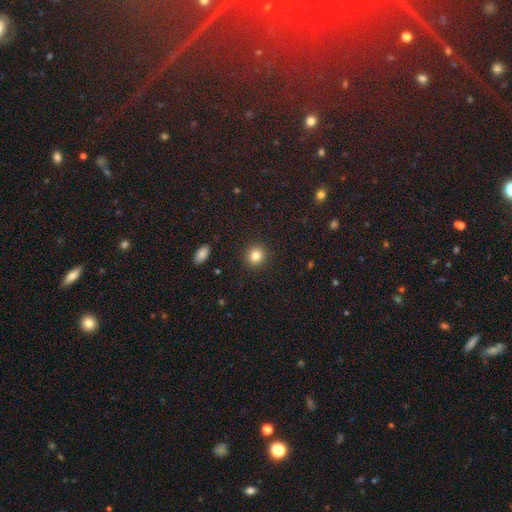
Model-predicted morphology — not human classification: Smooth or featured? Predicted: smooth (p=0.83). How rounded? Predicted: round (p=0.88). Merging? Predicted: none (p=0.91).